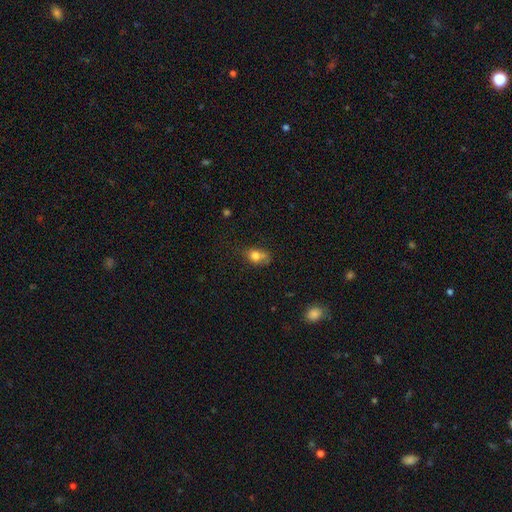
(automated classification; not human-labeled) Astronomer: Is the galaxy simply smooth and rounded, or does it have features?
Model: smooth — 77%.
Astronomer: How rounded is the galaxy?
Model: in between — 56% (runner-up: round, 42%).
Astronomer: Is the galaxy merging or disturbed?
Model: none — 45% (runner-up: minor disturbance, 28%).